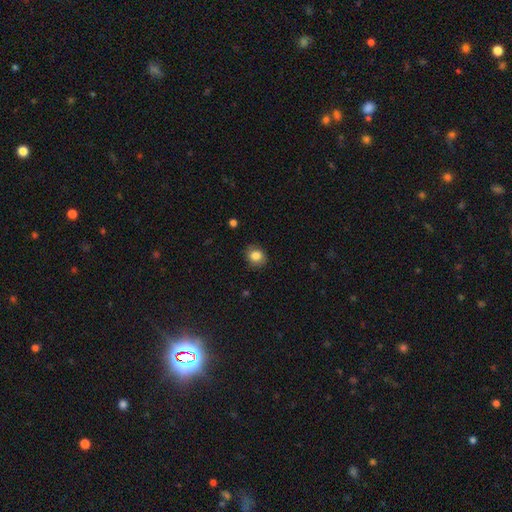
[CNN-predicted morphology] Q: Smooth or featured?
A: smooth (83%); runner-up: star or artifact (9%)
Q: How rounded?
A: round (64%); runner-up: in between (35%)
Q: Merging?
A: none (81%); runner-up: minor disturbance (15%)